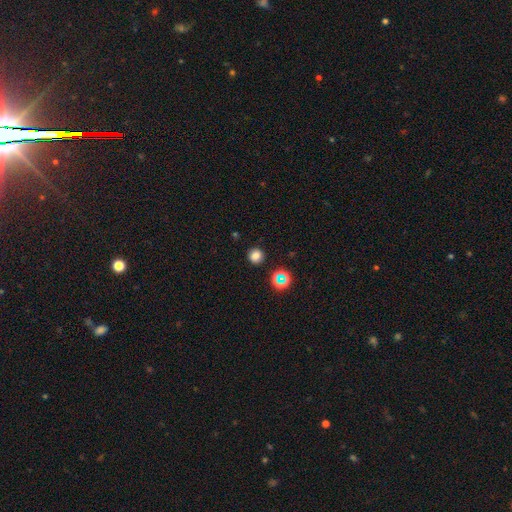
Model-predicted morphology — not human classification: A smooth galaxy with no disk features (76%) that is round (93%). Merging: none (91%).